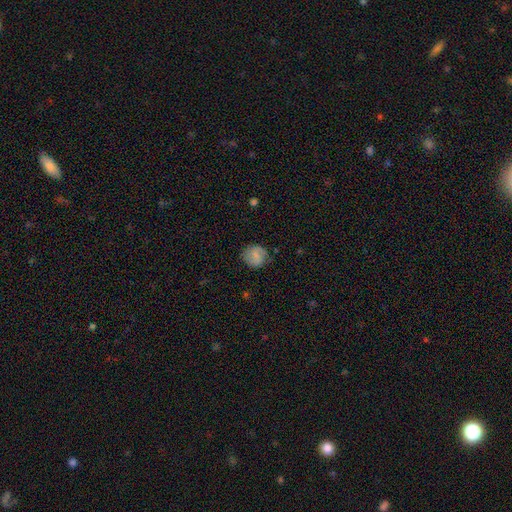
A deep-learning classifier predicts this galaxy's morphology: This appears to be a smooth galaxy with no disk features (68%) that is round (83%). Merging: none (77%).